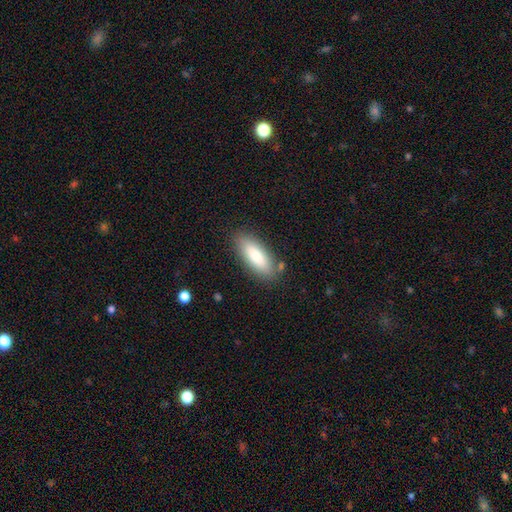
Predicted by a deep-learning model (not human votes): smooth_or_featured: smooth (p=0.81) [alt: featured or disk p=0.13]
how_rounded: in between (p=0.67) [alt: cigar-shaped p=0.31]
merging: none (p=0.83) [alt: minor disturbance p=0.12]